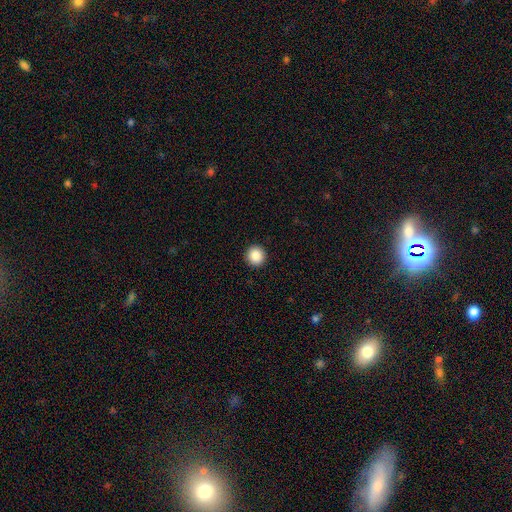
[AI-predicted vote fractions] A smooth galaxy with no disk features (88%) that is round (96%). Merging: none (94%).